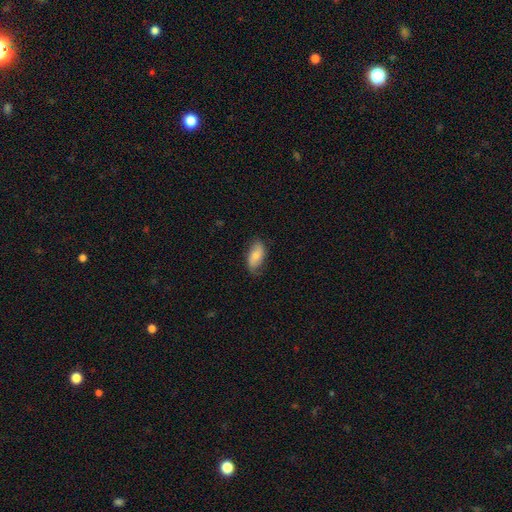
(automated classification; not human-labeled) A smooth galaxy with no disk features (61%) that is in between round and cigar-shaped (91%).

Vote fractions:
- Smooth or featured? smooth: 61% / featured or disk: 33% / star or artifact: 7%
- How rounded? in between: 91% / cigar-shaped: 5% / round: 4%
- Merging? none: 71% / minor disturbance: 22% / major disturbance: 6% / merger: 1%